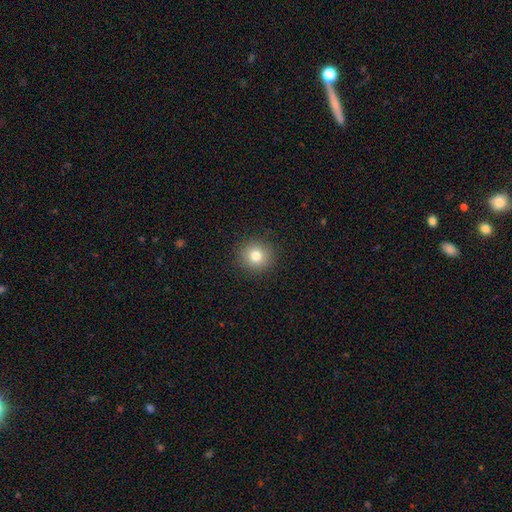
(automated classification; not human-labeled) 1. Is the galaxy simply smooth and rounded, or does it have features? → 80% smooth, 12% star or artifact, 9% featured or disk.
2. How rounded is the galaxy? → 91% round, 8% in between, 1% cigar-shaped.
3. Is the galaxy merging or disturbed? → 91% none, 6% minor disturbance, 2% major disturbance, 1% merger.